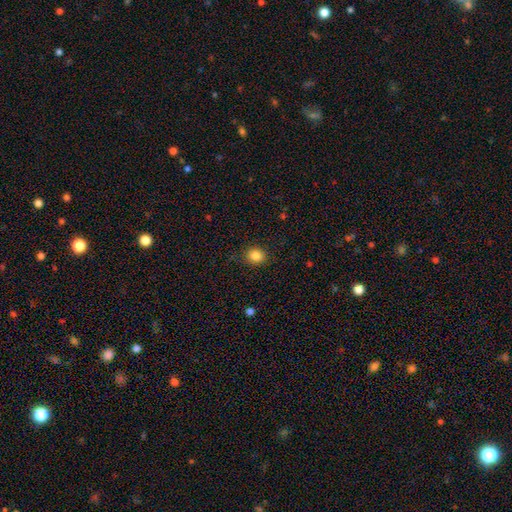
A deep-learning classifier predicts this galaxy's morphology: A smooth galaxy with no disk features (86%) that is round (65%). Merging: none (87%).